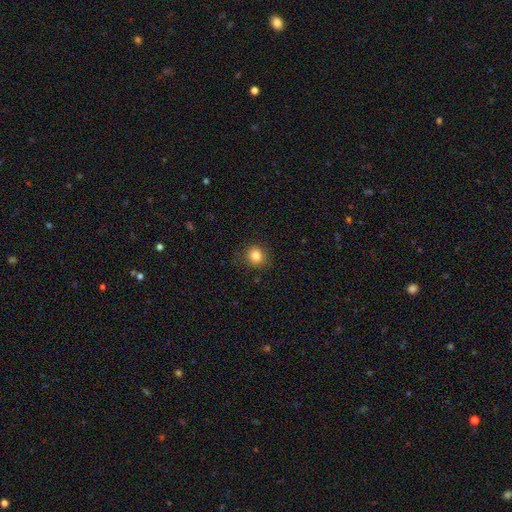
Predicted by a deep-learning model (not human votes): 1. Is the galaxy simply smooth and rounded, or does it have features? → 83% smooth, 11% star or artifact, 6% featured or disk.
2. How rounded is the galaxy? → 84% round, 15% in between, 1% cigar-shaped.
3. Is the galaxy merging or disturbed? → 84% none, 11% minor disturbance, 3% major disturbance, 1% merger.